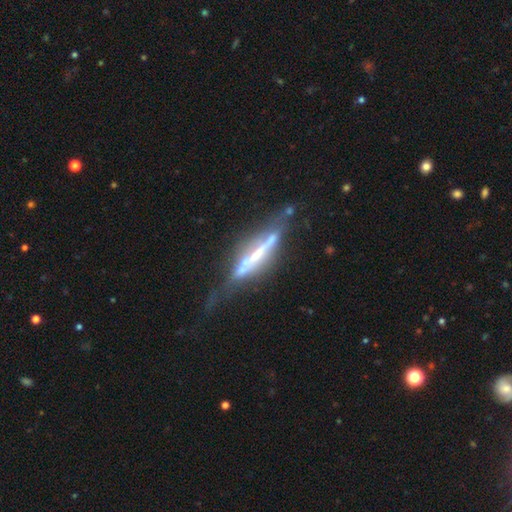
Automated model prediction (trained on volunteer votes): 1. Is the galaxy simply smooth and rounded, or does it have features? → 77% featured or disk, 16% smooth, 7% star or artifact.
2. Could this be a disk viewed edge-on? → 85% yes, 15% no.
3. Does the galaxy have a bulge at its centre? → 47% none, 28% rounded, 25% boxy.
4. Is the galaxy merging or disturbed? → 50% none, 26% minor disturbance, 17% major disturbance, 7% merger.